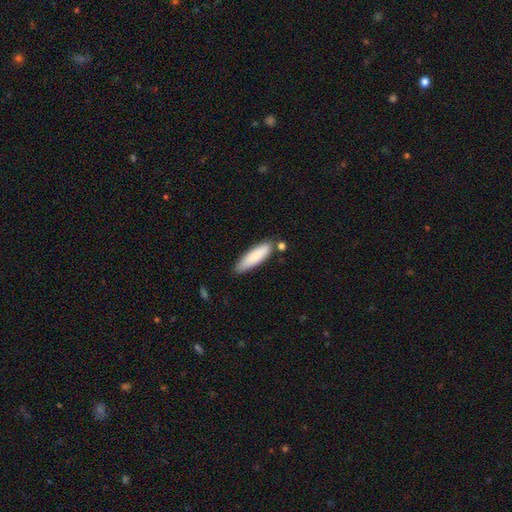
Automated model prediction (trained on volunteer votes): smooth-or-featured: smooth: 85% | featured or disk: 9% | star or artifact: 6%
  how-rounded: cigar-shaped: 63% | in between: 36% | round: 1%
  merging: none: 76% | minor disturbance: 15% | merger: 6% | major disturbance: 3%